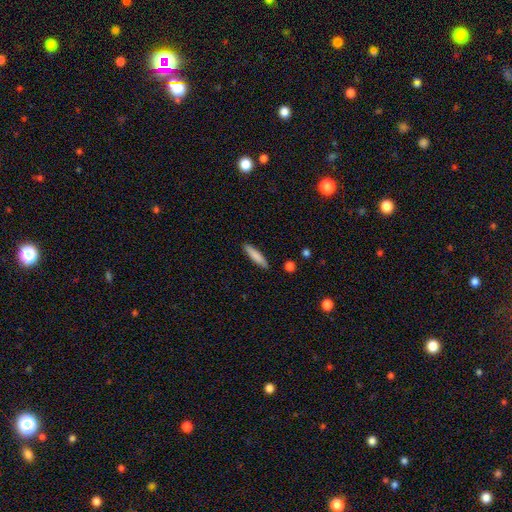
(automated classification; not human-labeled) A smooth galaxy with no disk features (82%) that is cigar-shaped (84%).

Vote fractions:
- Smooth or featured? smooth: 82% / featured or disk: 12% / star or artifact: 6%
- How rounded? cigar-shaped: 84% / in between: 15% / round: 1%
- Merging? none: 89% / minor disturbance: 8% / major disturbance: 2% / merger: 2%